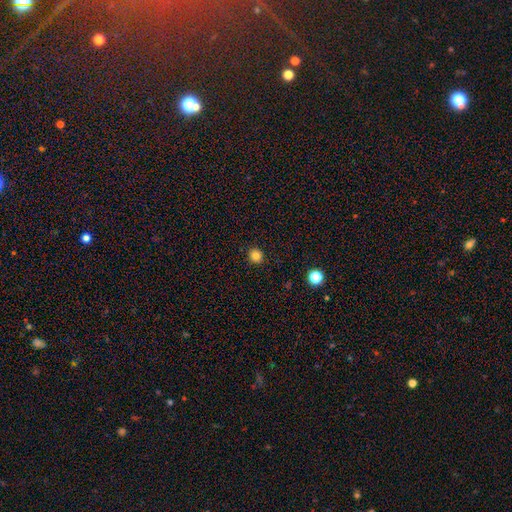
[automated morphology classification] type=smooth (83%); roundness=round (89%); merging=none (92%).